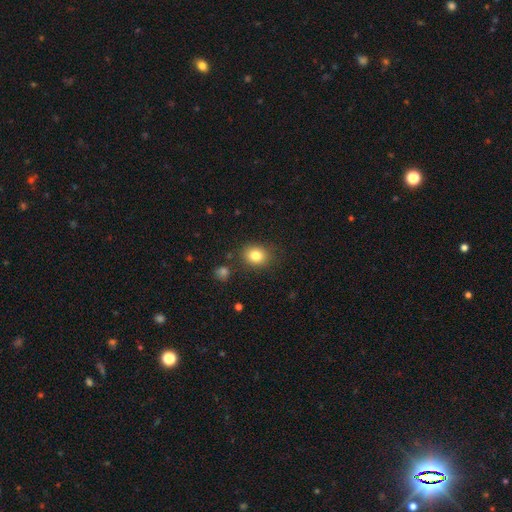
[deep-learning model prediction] Smooth or featured? smooth (82%)
How rounded? round (61%)
Merging? none (84%)